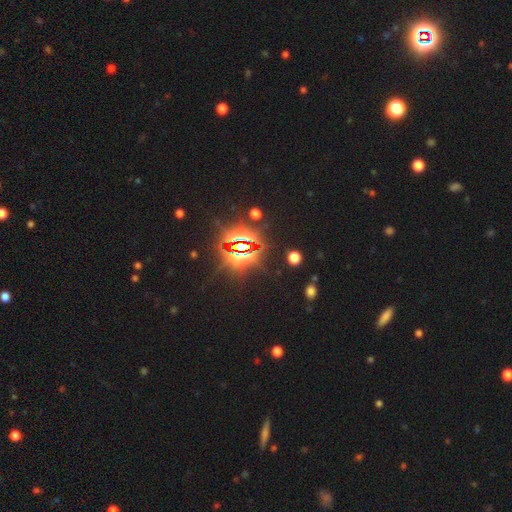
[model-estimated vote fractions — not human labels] This appears to be a star or artifact, not a galaxy (84%).